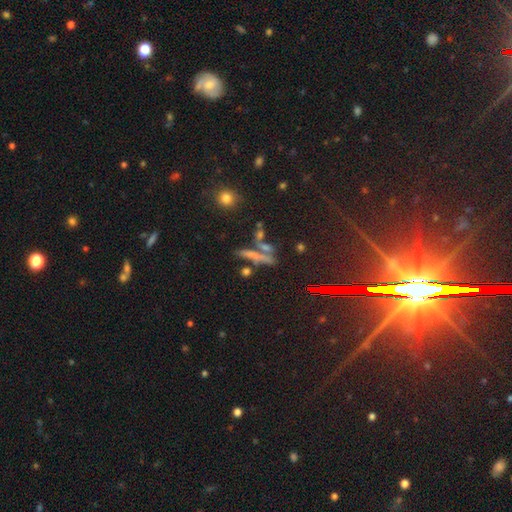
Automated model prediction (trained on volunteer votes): The model was most divided on "smooth or featured": smooth: 47%, featured or disk: 29%, star or artifact: 24%. More confident: merging — none (58%).